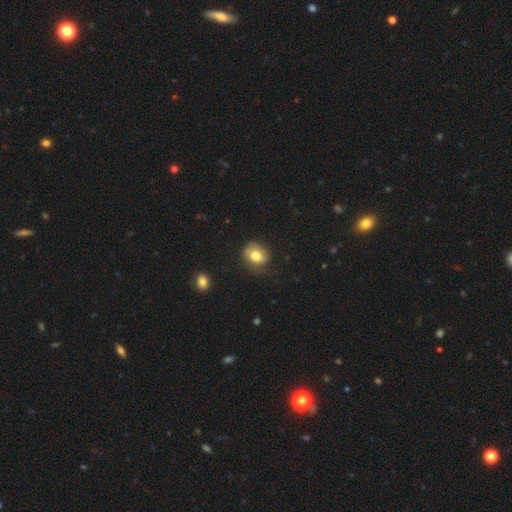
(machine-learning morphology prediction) This appears to be a smooth galaxy with no disk features (78%) that is round (55%). Merging: none (72%).